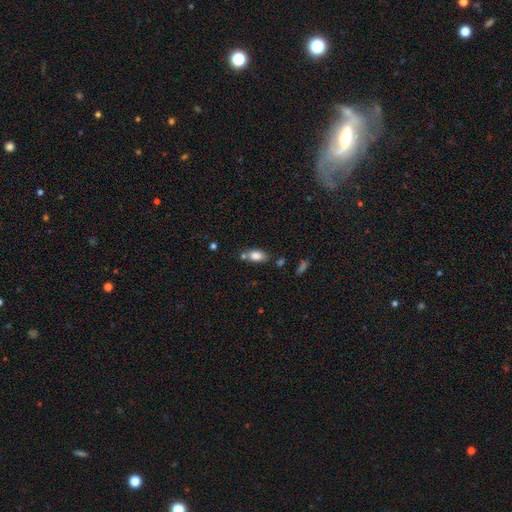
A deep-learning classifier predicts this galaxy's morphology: smooth_or_featured: smooth (p=0.81) [alt: featured or disk p=0.10]
how_rounded: in between (p=0.88) [alt: round p=0.07]
merging: none (p=0.62) [alt: merger p=0.18]